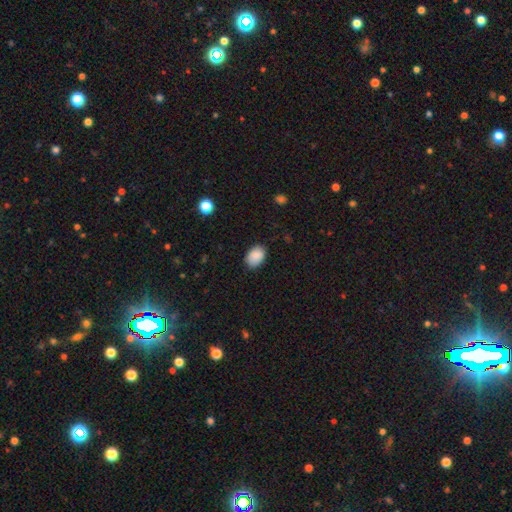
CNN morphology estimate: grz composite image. It shows a smooth galaxy with no disk features (89%) that is in between round and cigar-shaped (81%). Merging: none (84%).